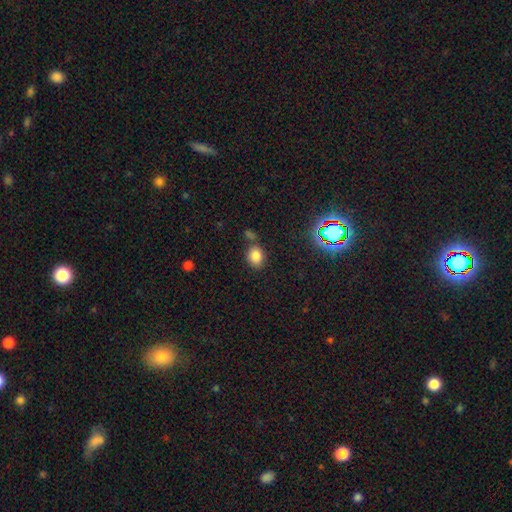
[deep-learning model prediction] A smooth galaxy with no disk features (80%) that is in between round and cigar-shaped (51%). Merging: none (69%).